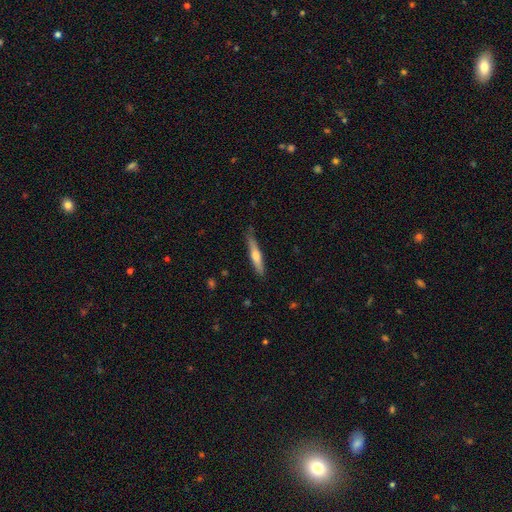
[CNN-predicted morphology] smooth-or-featured: smooth: 53% | featured or disk: 41% | star or artifact: 6%
  how-rounded: cigar-shaped: 91% | in between: 8% | round: 1%
  merging: none: 79% | minor disturbance: 16% | major disturbance: 3% | merger: 2%